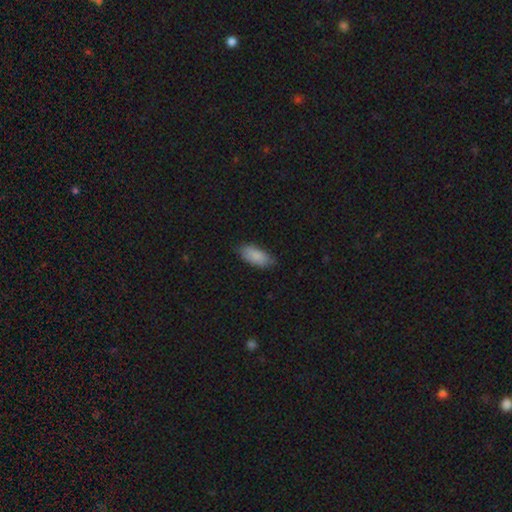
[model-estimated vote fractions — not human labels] This is clearly a smooth galaxy (88%). How rounded: clearly in between (88%). Merging: likely none (77%).